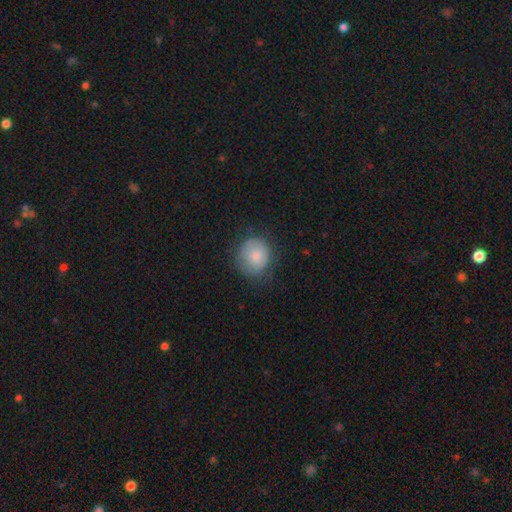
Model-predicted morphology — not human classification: This appears to be a smooth galaxy with no disk features (78%) that is round (84%). Merging: none (68%).